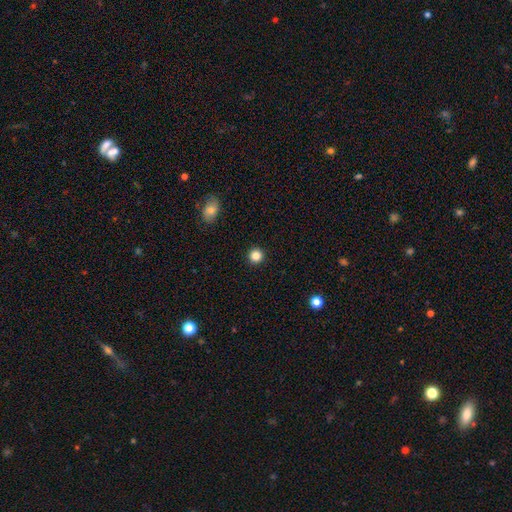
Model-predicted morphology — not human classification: smooth-or-featured: smooth: 84% | star or artifact: 11% | featured or disk: 4%
  how-rounded: round: 96% | in between: 3% | cigar-shaped: 1%
  merging: none: 93% | minor disturbance: 4% | major disturbance: 1% | merger: 1%